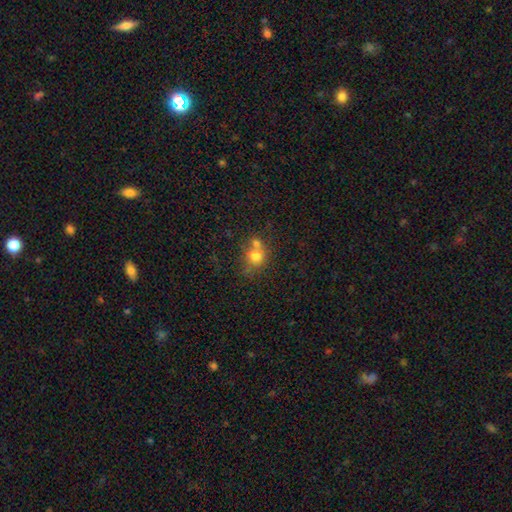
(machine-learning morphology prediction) The model was most divided on "merging": none: 44%, merger: 42%, minor disturbance: 10%, major disturbance: 4%. More confident: how rounded — round (82%); smooth or featured — smooth (73%).